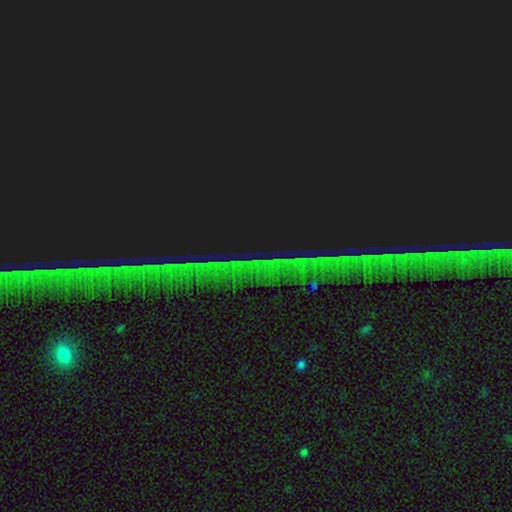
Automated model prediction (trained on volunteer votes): Smooth or featured: star or artifact — 87% (featured or disk — 8%)